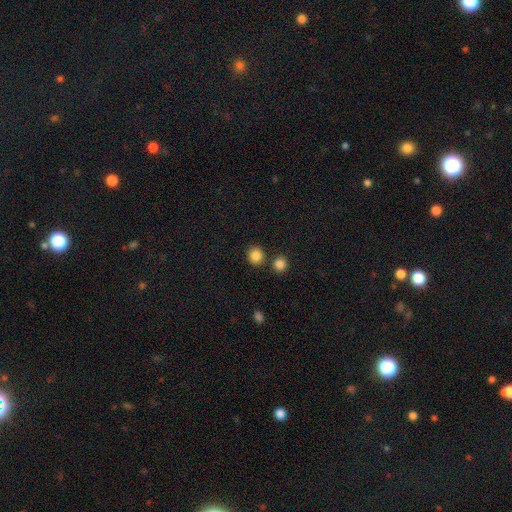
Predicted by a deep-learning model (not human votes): This appears to be a smooth galaxy with no disk features (86%) that is round (84%). Merging: none (79%).